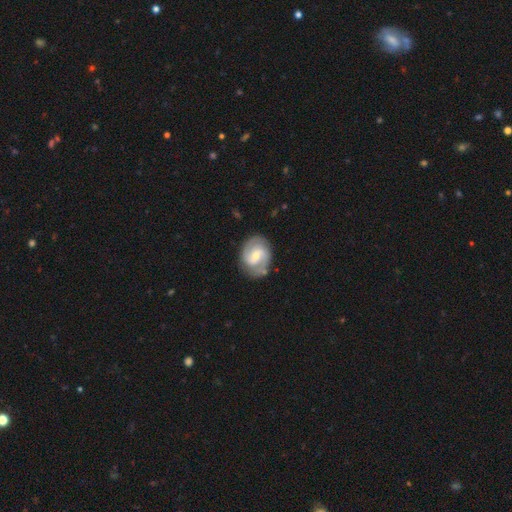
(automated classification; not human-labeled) Overall: featured or disk (80%). Edge-on disk: no (98%). Bar: weak (51%; no 33%). Spiral arms: yes (94%). Spiral arm count: 2 (86%). Spiral winding: medium (50%; tight 36%). Bulge size: moderate (55%; small 41%). Merging: none (79%).